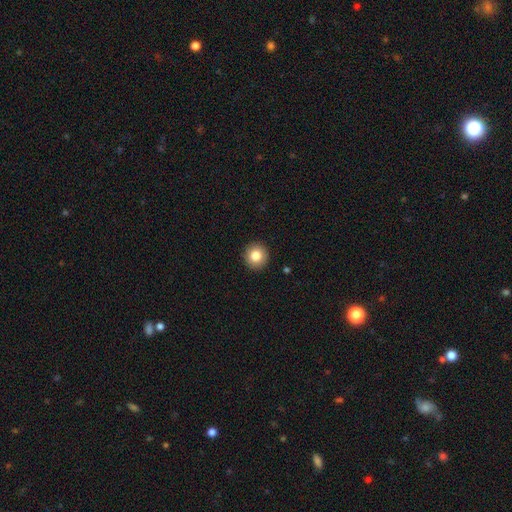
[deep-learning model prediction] smooth 83%, star or artifact 9%, featured or disk 8%. Down the decision tree: how rounded — round (93%); merging — none (93%).